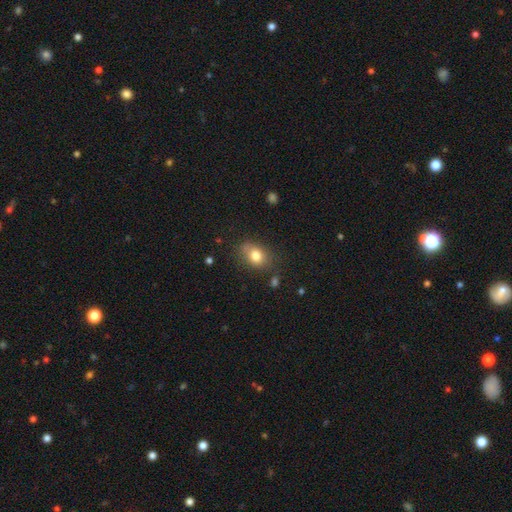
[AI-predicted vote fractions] smooth-or-featured: smooth: 79% | featured or disk: 11% | star or artifact: 10%
  how-rounded: in between: 64% | round: 35% | cigar-shaped: 1%
  merging: none: 71% | minor disturbance: 20% | major disturbance: 5% | merger: 3%